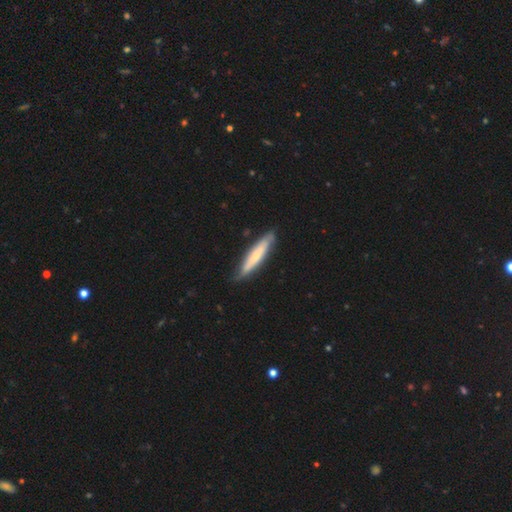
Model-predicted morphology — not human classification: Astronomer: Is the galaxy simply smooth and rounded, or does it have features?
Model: smooth — 60%.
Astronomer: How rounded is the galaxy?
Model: cigar-shaped — 89%.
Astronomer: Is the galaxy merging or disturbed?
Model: none — 81%.